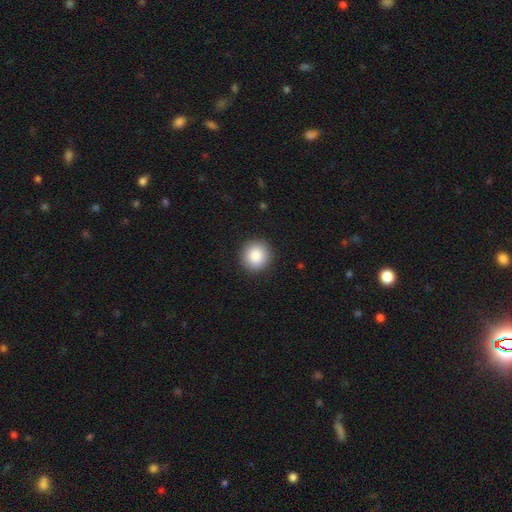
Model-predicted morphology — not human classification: smooth-or-featured: smooth: 88% | star or artifact: 8% | featured or disk: 4%
  how-rounded: round: 93% | in between: 6% | cigar-shaped: 1%
  merging: none: 92% | minor disturbance: 5% | major disturbance: 2% | merger: 1%